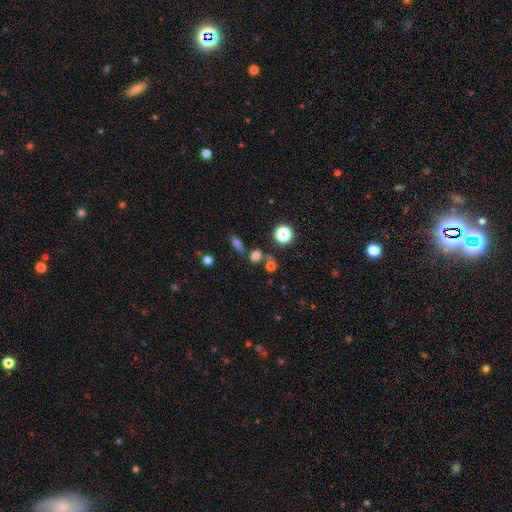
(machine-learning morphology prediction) smooth-or-featured: smooth: 67% | star or artifact: 23% | featured or disk: 10%
  how-rounded: round: 53% | in between: 39% | cigar-shaped: 8%
  merging: none: 61% | merger: 22% | minor disturbance: 11% | major disturbance: 6%